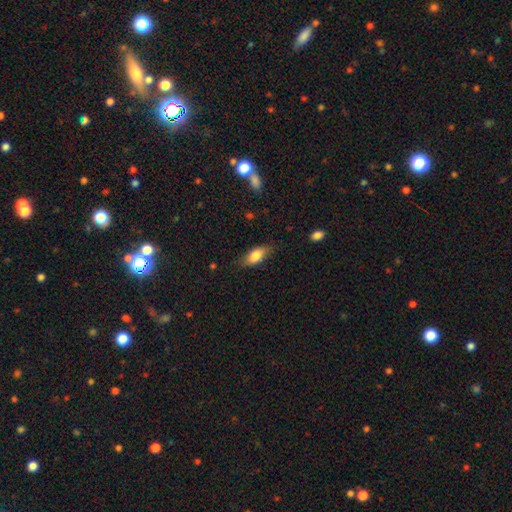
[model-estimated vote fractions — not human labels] smooth 79%, featured or disk 14%, star or artifact 7%. Down the decision tree: how rounded — in between (83%); merging — none (76%).